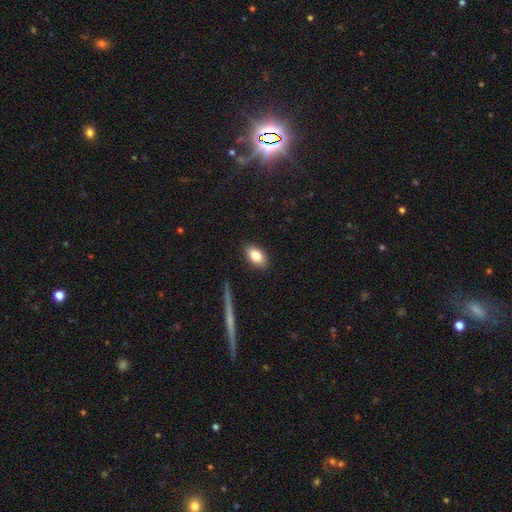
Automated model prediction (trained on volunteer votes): The model was most divided on "smooth or featured": smooth: 81%, featured or disk: 11%, star or artifact: 8%. More confident: how rounded — in between (90%); merging — none (88%).